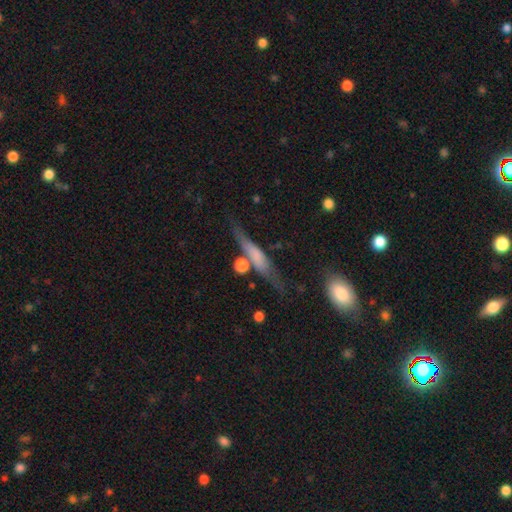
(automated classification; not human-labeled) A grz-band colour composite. It shows a smooth galaxy with no disk features (49%). Merging: none (67%).